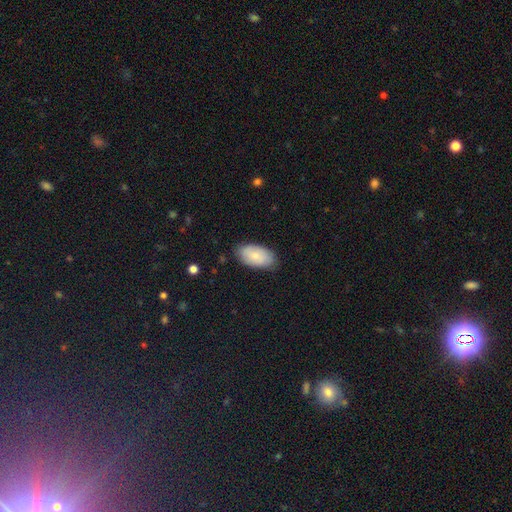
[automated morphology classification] smooth_or_featured: smooth (p=0.78) [alt: featured or disk p=0.16]
how_rounded: in between (p=0.95) [alt: round p=0.03]
merging: none (p=0.80) [alt: minor disturbance p=0.16]